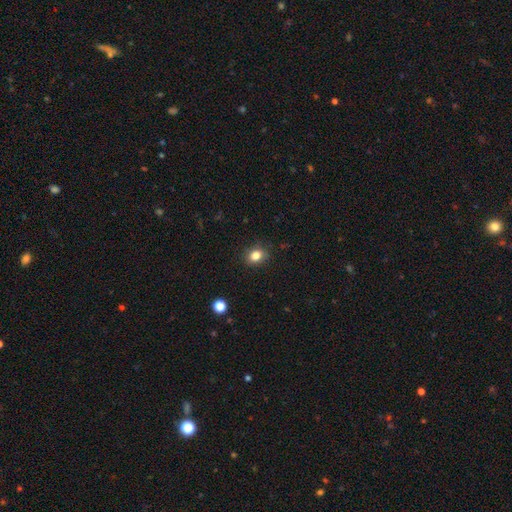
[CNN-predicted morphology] smooth 83%, star or artifact 11%, featured or disk 6%. Down the decision tree: how rounded — round (55%); merging — none (87%).